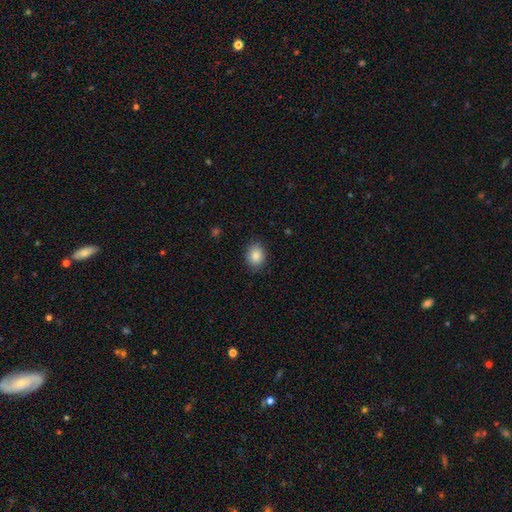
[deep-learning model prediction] This appears to be a smooth galaxy with no disk features (86%) that is in between round and cigar-shaped (56%). Merging: none (85%).